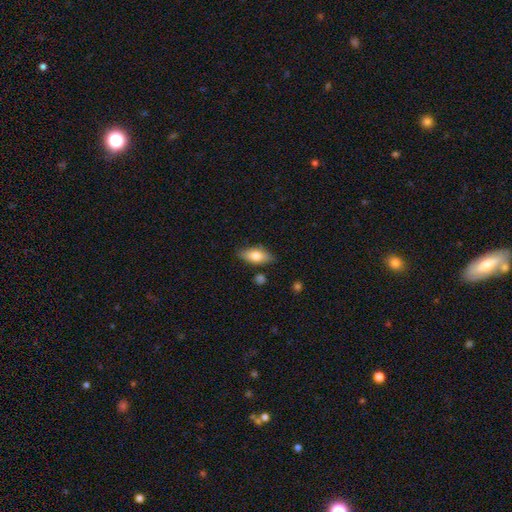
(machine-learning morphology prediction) A smooth galaxy with no disk features (74%) that is in between round and cigar-shaped (83%). Merging: none (81%).